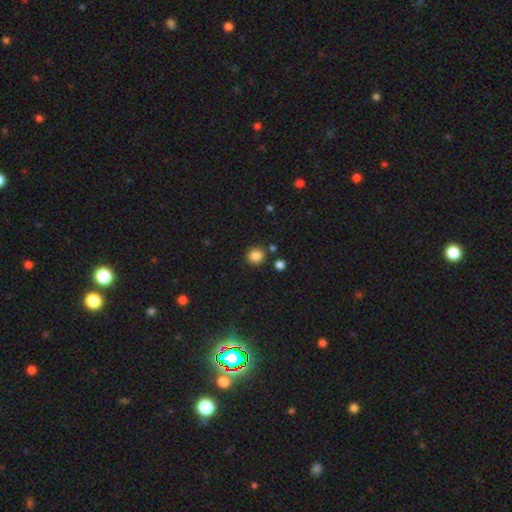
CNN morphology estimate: Q: Smooth or featured?
A: smooth (85%); runner-up: star or artifact (11%)
Q: How rounded?
A: round (89%); runner-up: in between (10%)
Q: Merging?
A: none (85%); runner-up: minor disturbance (7%)